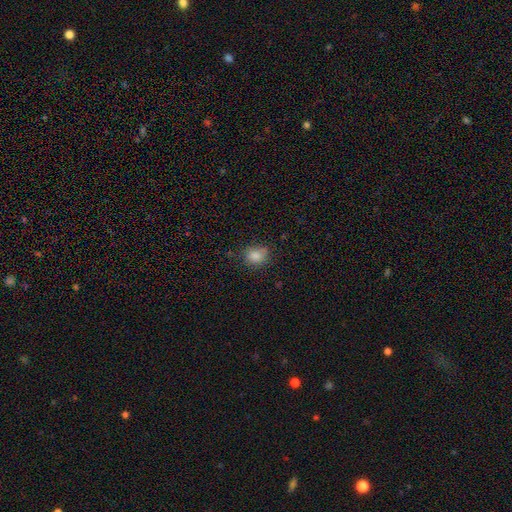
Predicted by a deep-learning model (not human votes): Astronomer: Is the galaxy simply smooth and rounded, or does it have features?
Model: smooth — 84%.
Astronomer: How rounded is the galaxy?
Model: round — 56% (runner-up: in between, 43%).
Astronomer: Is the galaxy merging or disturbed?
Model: none — 71%.